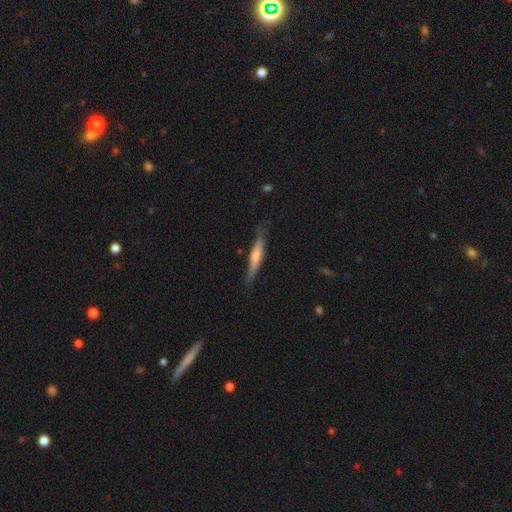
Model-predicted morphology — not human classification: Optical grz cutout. It shows a featured or disk galaxy (60%) viewed edge-on (95%) with a rounded central bulge (61%). Merging: none (82%).